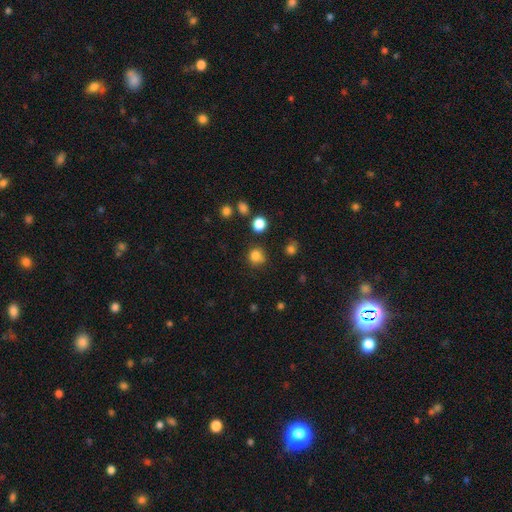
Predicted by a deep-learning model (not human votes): This is clearly a smooth galaxy (81%). How rounded: clearly round (88%). Merging: likely none (75%).